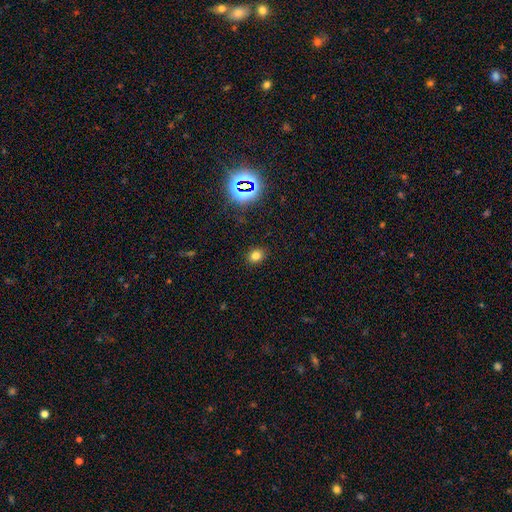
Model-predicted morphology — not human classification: This appears to be a smooth galaxy with no disk features (76%) that is round (54%). Merging: none (89%).